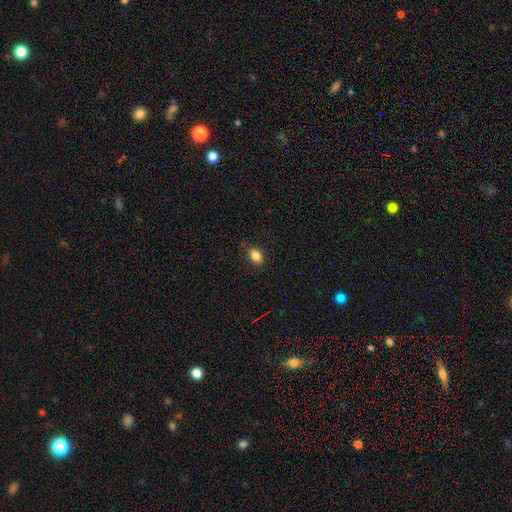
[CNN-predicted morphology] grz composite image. It shows a smooth galaxy with no disk features (85%) that is in between round and cigar-shaped (82%). Merging: none (83%).